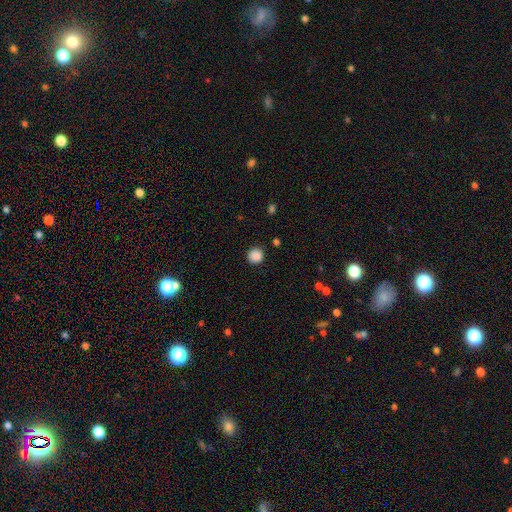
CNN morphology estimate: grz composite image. It shows a smooth galaxy with no disk features (87%) that is round (93%). Merging: none (89%).